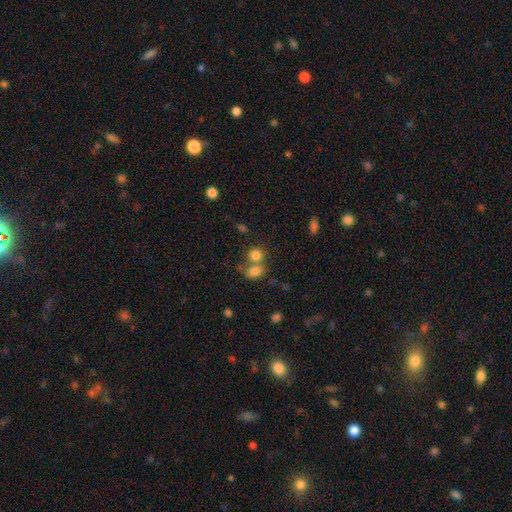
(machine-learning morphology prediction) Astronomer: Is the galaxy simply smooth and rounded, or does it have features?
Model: smooth — 80%.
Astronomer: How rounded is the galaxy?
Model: round — 67%.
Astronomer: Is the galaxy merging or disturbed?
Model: merger — 44% (runner-up: none, 42%).